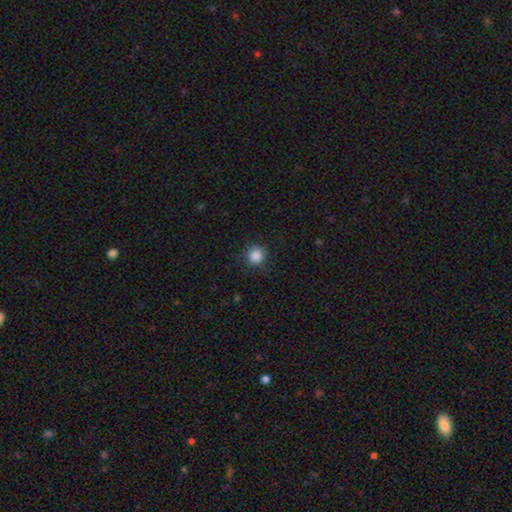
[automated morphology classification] type=smooth (87%); roundness=round (93%); merging=none (89%).